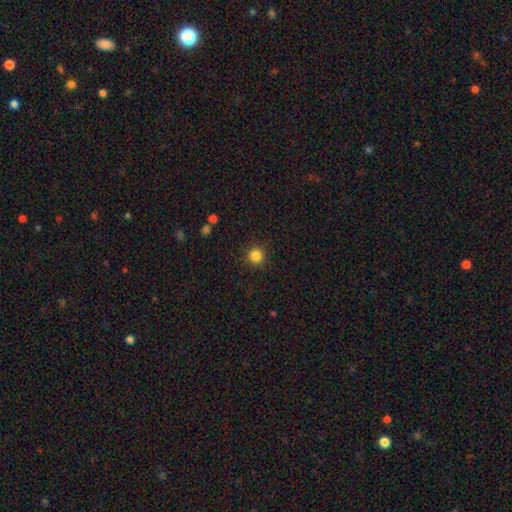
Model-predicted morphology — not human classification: Q: Smooth or featured?
A: smooth (84%); runner-up: star or artifact (12%)
Q: How rounded?
A: round (95%); runner-up: in between (4%)
Q: Merging?
A: none (91%); runner-up: minor disturbance (6%)